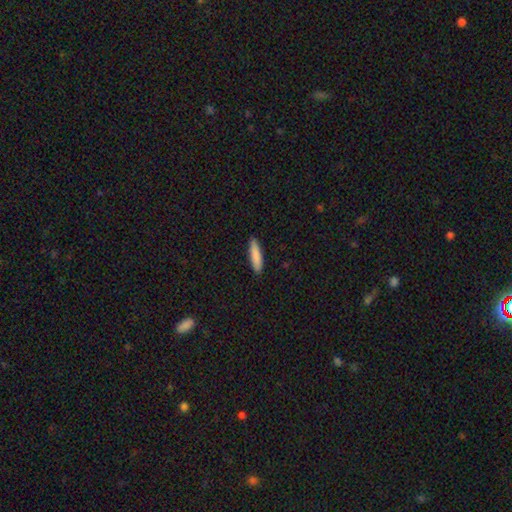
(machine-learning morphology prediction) smooth 87%, featured or disk 7%, star or artifact 5%. Down the decision tree: how rounded — cigar-shaped (79%); merging — none (91%).